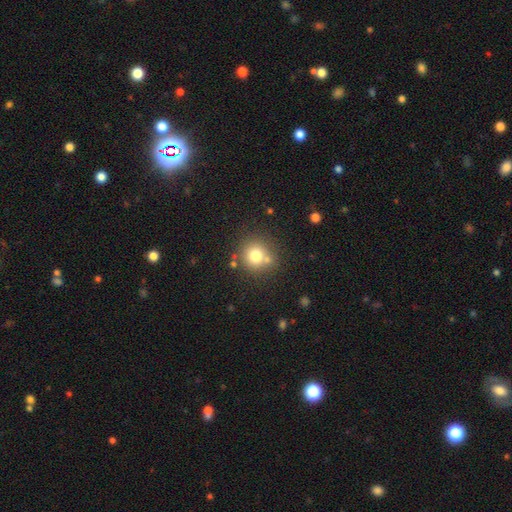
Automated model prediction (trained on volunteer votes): Morphology: type=smooth (76%); roundness=round (90%); merging=none (72%).